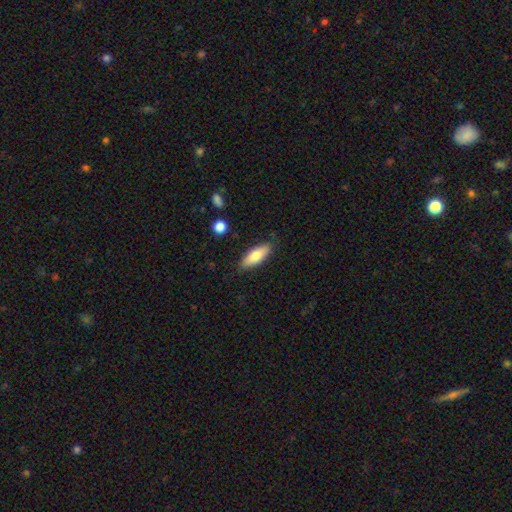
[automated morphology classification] Overall: smooth (74%). How rounded: in between (63%; cigar-shaped 34%). Merging: none (85%).